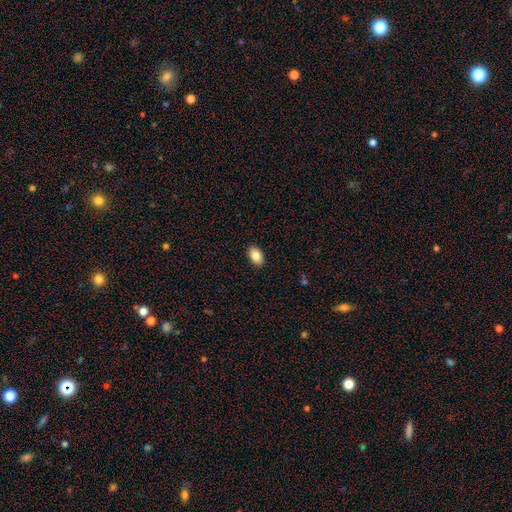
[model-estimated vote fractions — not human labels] This appears to be a smooth galaxy with no disk features (86%) that is in between round and cigar-shaped (91%). Merging: none (90%).